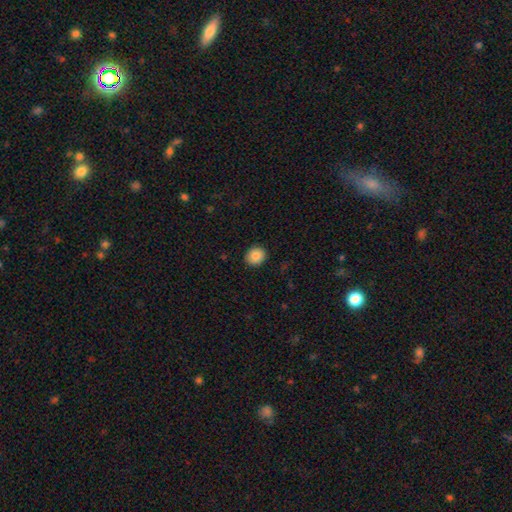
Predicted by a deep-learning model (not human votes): Q: Smooth or featured?
A: smooth (85%); runner-up: star or artifact (9%)
Q: How rounded?
A: round (71%); runner-up: in between (28%)
Q: Merging?
A: none (90%); runner-up: minor disturbance (7%)